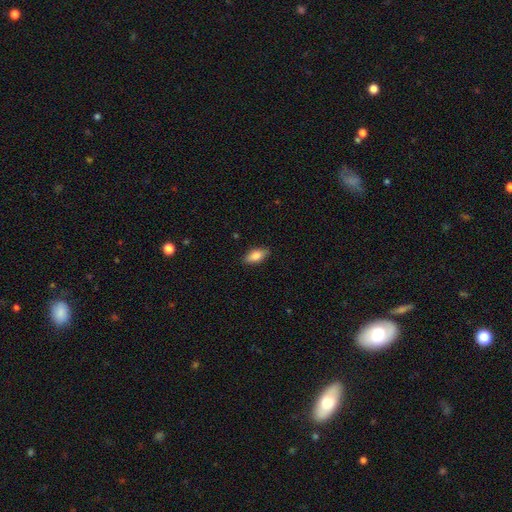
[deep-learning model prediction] Smooth or featured? Predicted: smooth (p=0.81). How rounded? Predicted: in between (p=0.85). Merging? Predicted: none (p=0.87).